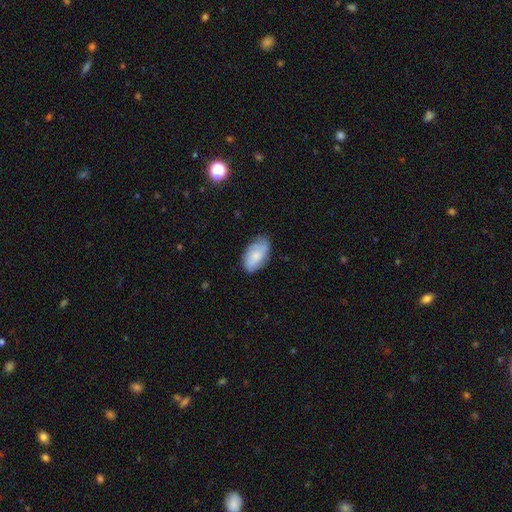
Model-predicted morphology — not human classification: Q: Smooth or featured?
A: smooth (71%); runner-up: featured or disk (23%)
Q: How rounded?
A: in between (94%); runner-up: round (4%)
Q: Merging?
A: none (74%); runner-up: minor disturbance (21%)